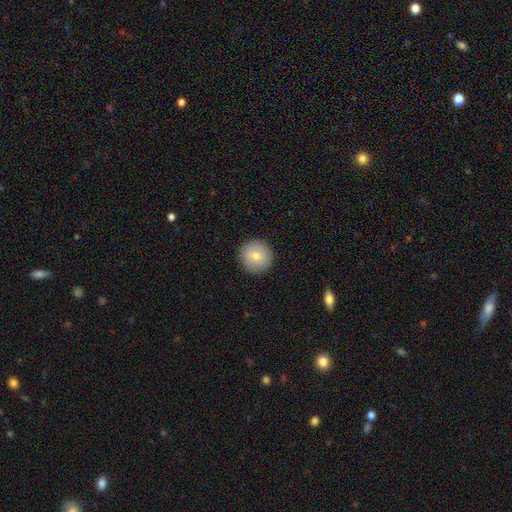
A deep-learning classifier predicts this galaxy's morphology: smooth_or_featured: smooth (p=0.77) [alt: featured or disk p=0.15]
how_rounded: round (p=0.95) [alt: in between p=0.04]
merging: none (p=0.92) [alt: minor disturbance p=0.06]